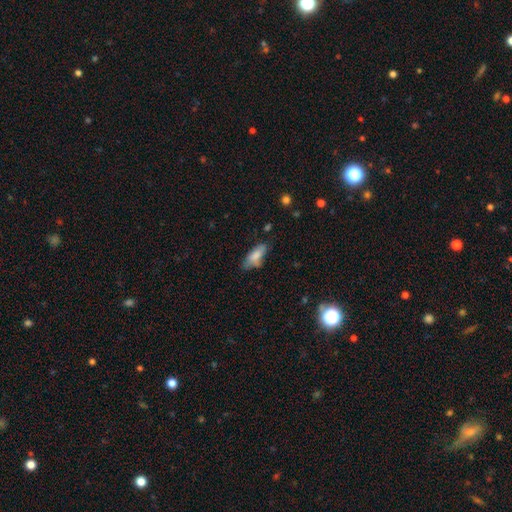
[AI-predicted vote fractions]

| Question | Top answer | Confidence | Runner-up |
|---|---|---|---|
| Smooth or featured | smooth | 76% | featured or disk (16%) |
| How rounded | in between | 78% | cigar-shaped (19%) |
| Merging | none | 53% | minor disturbance (32%) |